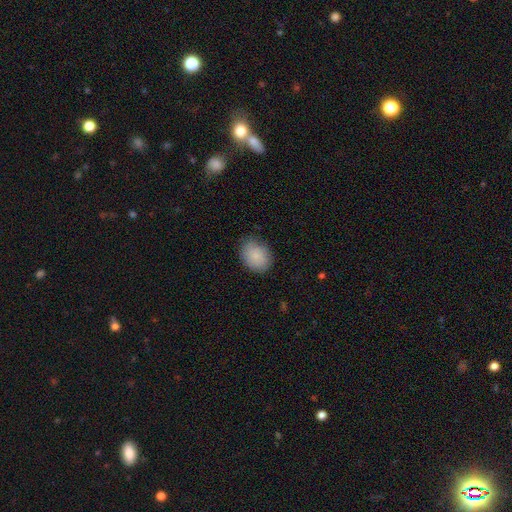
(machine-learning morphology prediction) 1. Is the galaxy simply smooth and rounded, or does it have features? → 88% smooth, 7% star or artifact, 5% featured or disk.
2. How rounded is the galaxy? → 58% in between, 42% round, 1% cigar-shaped.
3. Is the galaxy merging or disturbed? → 79% none, 17% minor disturbance, 3% major disturbance, 1% merger.